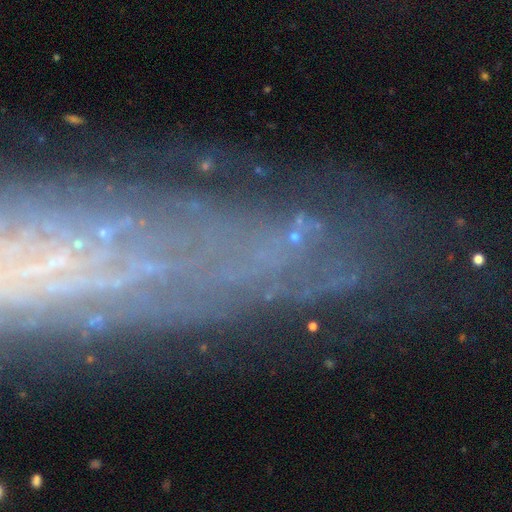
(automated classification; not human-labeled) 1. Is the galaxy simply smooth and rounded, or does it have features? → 58% featured or disk, 26% star or artifact, 16% smooth.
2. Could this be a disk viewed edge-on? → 74% no, 26% yes.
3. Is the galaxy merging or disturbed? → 68% none, 18% minor disturbance, 10% major disturbance, 5% merger.